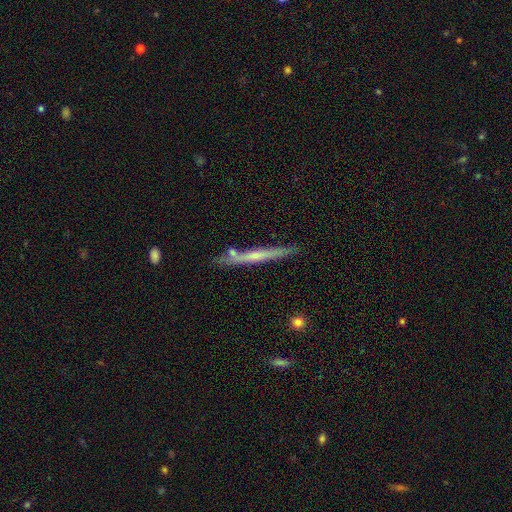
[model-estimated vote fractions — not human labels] Morphology: type=featured or disk (58%); edge-on=yes (95%); edge-on bulge=none (54%); merging=none (79%).